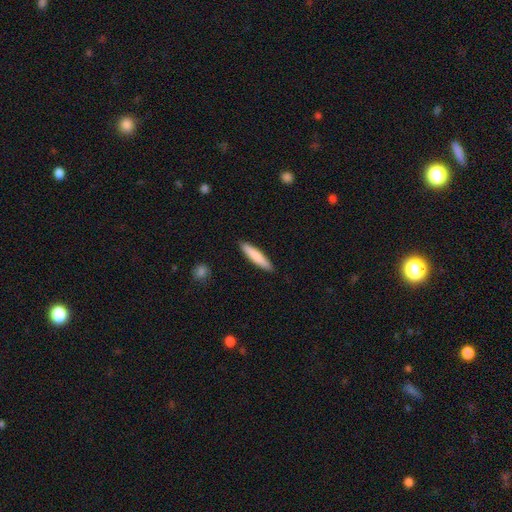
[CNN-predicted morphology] The model was most divided on "smooth or featured": smooth: 80%, featured or disk: 15%, star or artifact: 5%. More confident: merging — none (90%); how rounded — cigar-shaped (88%).